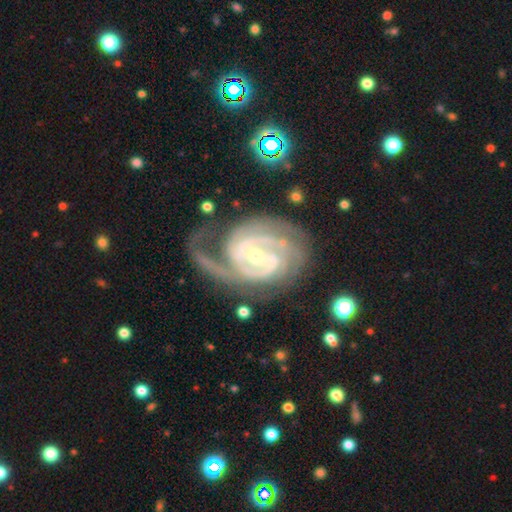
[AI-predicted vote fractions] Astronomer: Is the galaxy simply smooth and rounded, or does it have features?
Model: featured or disk — 92%.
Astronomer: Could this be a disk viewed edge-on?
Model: no — 98%.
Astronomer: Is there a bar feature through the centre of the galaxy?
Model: weak — 44% (runner-up: strong, 35%).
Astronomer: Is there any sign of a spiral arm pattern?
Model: yes — 98%.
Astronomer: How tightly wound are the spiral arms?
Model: tight — 58% (runner-up: medium, 35%).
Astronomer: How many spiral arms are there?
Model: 2 — 47% (runner-up: 3, 23%).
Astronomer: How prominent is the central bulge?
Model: small — 65%.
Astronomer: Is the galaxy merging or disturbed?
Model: none — 53%.